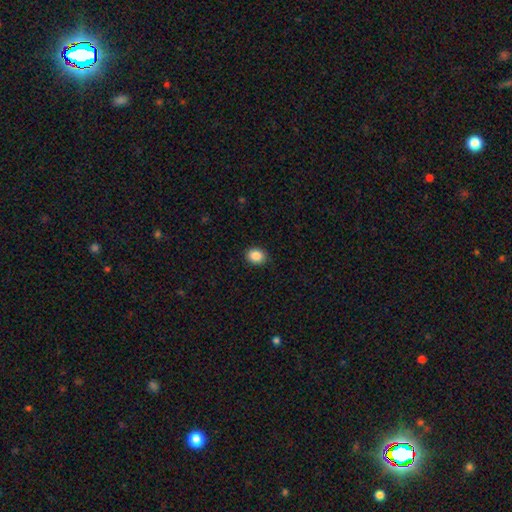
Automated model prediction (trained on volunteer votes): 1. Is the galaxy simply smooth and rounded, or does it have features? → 88% smooth, 9% star or artifact, 3% featured or disk.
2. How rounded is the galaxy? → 54% round, 45% in between, 1% cigar-shaped.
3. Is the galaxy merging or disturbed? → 90% none, 7% minor disturbance, 2% major disturbance, 1% merger.